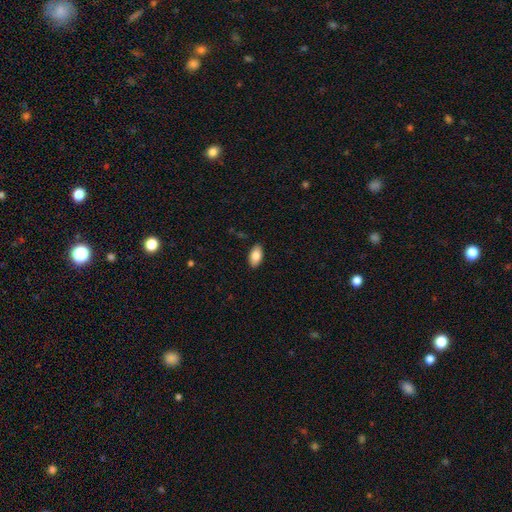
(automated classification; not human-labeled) Smooth or featured? smooth (84%)
How rounded? in between (94%)
Merging? none (89%)